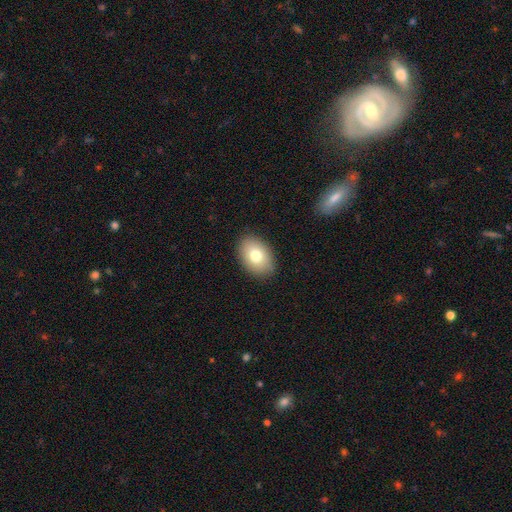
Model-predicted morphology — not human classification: A smooth galaxy with no disk features (78%) that is in between round and cigar-shaped (84%). Merging: none (88%).